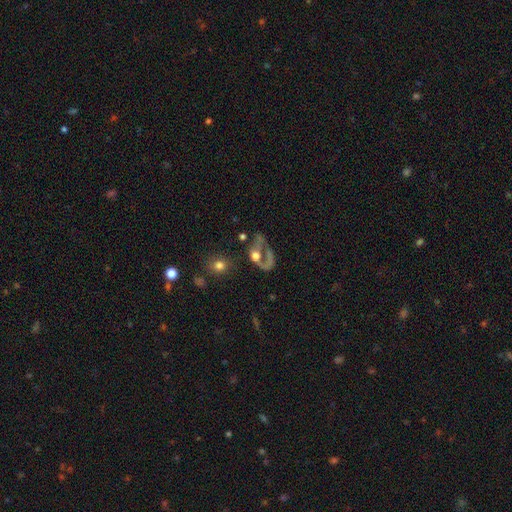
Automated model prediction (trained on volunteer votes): featured or disk 55%, smooth 32%, star or artifact 13%. Down the decision tree: edge-on disk — no (95%); bar — no (83%); spiral arms — no (66%); bulge size — moderate (46%); merging — major disturbance (47%).